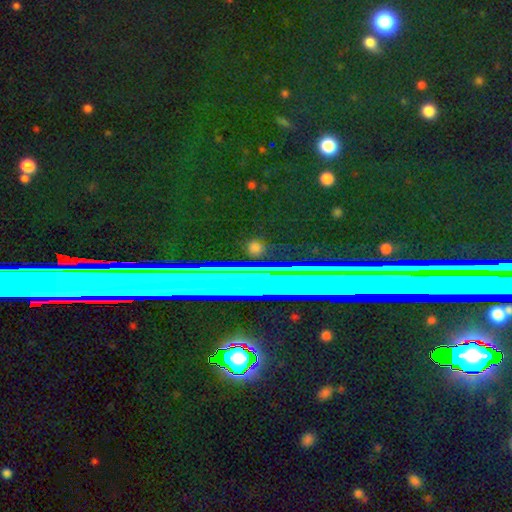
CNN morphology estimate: This is likely a star or artifact rather than a galaxy (76%).